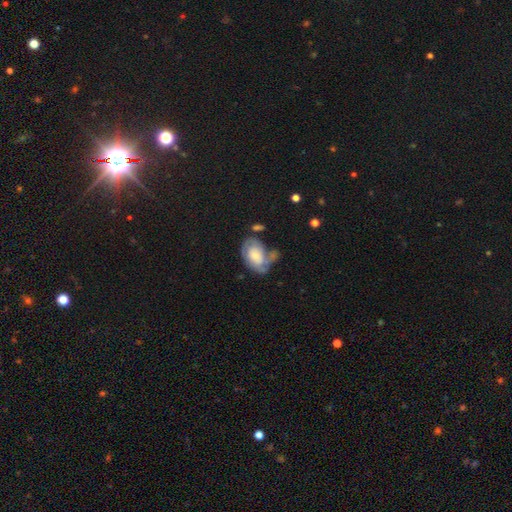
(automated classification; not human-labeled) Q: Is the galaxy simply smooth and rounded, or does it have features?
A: featured or disk — 53%.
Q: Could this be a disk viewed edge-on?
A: no — 96%.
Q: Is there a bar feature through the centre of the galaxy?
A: no — 74%.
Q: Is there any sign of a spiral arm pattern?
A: yes — 75%.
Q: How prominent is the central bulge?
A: small — 29%.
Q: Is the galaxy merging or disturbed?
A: none — 35%.